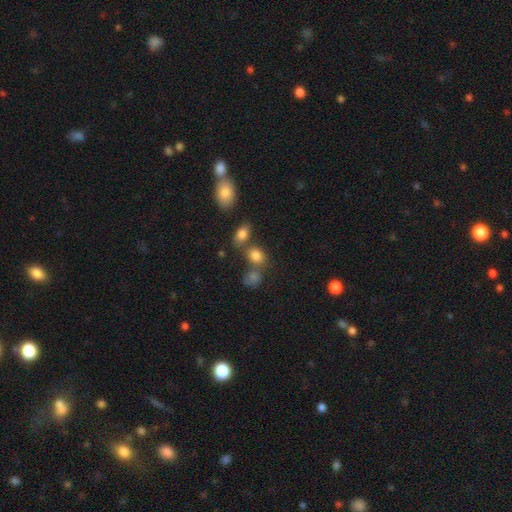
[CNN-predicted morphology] Overall: smooth (80%). How rounded: in between (59%; round 40%). Merging: none (56%; merger 26%).